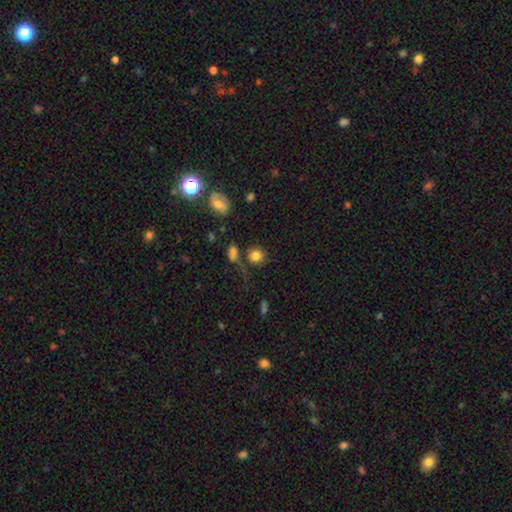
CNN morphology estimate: smooth_or_featured: smooth (p=0.83) [alt: star or artifact p=0.11]
how_rounded: round (p=0.84) [alt: in between p=0.14]
merging: none (p=0.69) [alt: minor disturbance p=0.12]